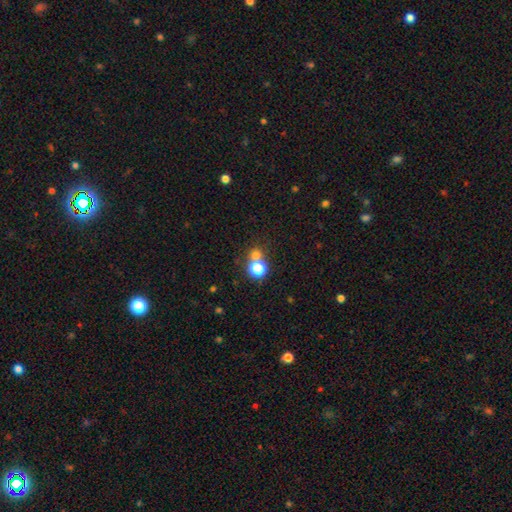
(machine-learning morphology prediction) smooth-or-featured: smooth: 67% | star or artifact: 25% | featured or disk: 8%
  how-rounded: round: 88% | in between: 11% | cigar-shaped: 1%
  merging: none: 59% | merger: 30% | minor disturbance: 7% | major disturbance: 4%